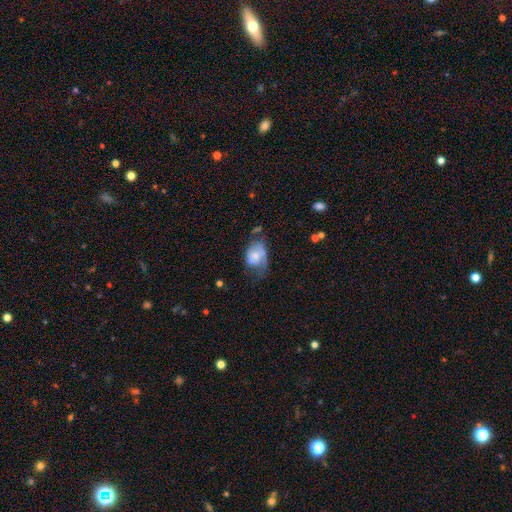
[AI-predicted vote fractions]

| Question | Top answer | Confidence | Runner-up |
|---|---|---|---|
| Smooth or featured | smooth | 47% | featured or disk (45%) |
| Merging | major disturbance | 34% | minor disturbance (32%) |